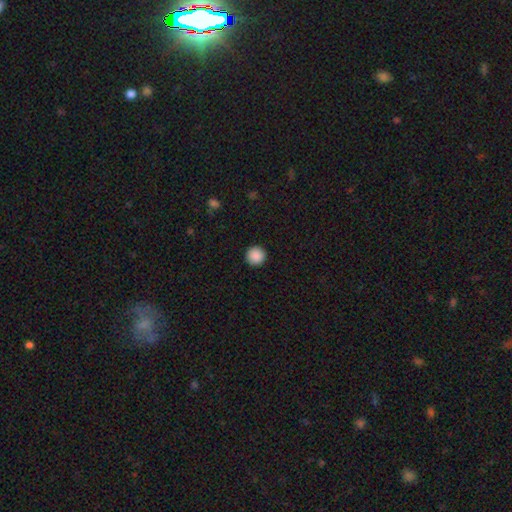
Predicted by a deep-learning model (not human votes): A smooth galaxy with no disk features (89%) that is round (96%). Merging: none (93%).